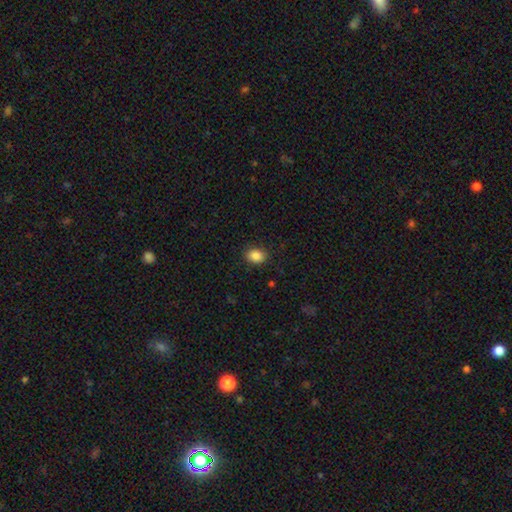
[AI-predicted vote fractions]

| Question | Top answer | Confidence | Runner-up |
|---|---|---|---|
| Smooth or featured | smooth | 87% | star or artifact (9%) |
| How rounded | in between | 59% | round (40%) |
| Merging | none | 88% | minor disturbance (9%) |